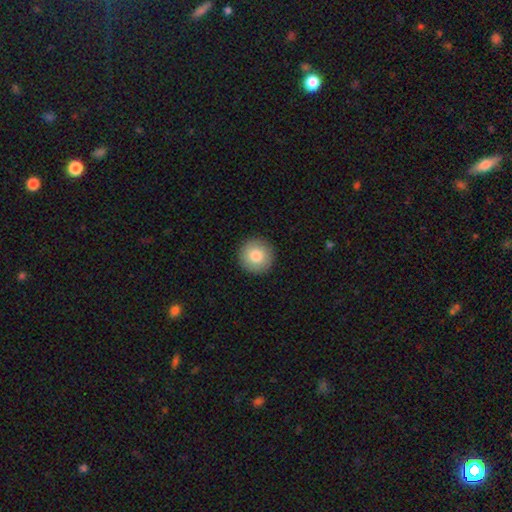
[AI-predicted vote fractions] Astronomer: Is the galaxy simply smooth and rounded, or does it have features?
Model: smooth — 82%.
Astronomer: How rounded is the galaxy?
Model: round — 96%.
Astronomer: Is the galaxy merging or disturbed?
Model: none — 93%.